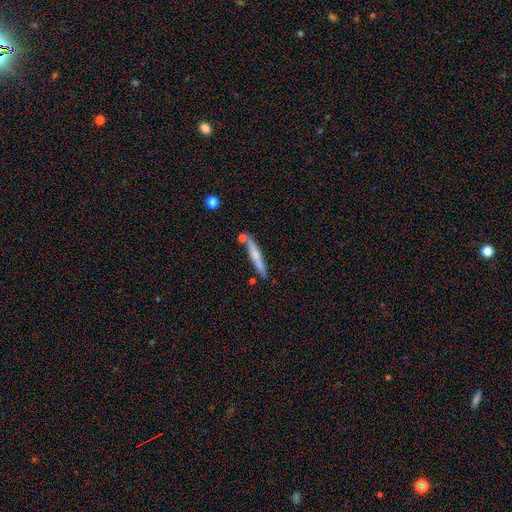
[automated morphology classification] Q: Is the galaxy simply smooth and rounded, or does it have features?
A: smooth — 53%.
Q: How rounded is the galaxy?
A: cigar-shaped — 94%.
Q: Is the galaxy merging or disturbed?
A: none — 77%.